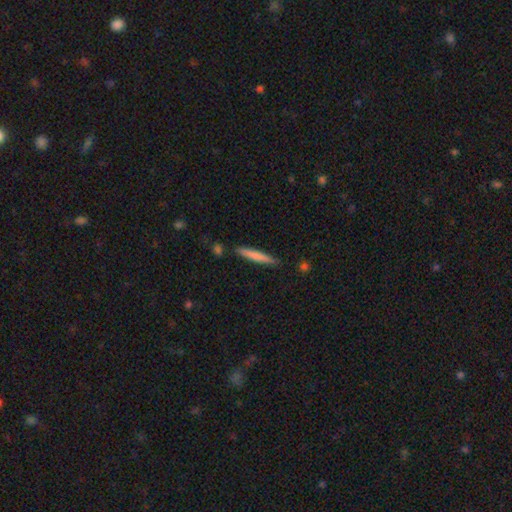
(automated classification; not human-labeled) A smooth galaxy with no disk features (76%) that is cigar-shaped (94%).

Vote fractions:
- Smooth or featured? smooth: 76% / featured or disk: 18% / star or artifact: 6%
- How rounded? cigar-shaped: 94% / in between: 5% / round: 1%
- Merging? none: 85% / minor disturbance: 11% / merger: 2% / major disturbance: 2%